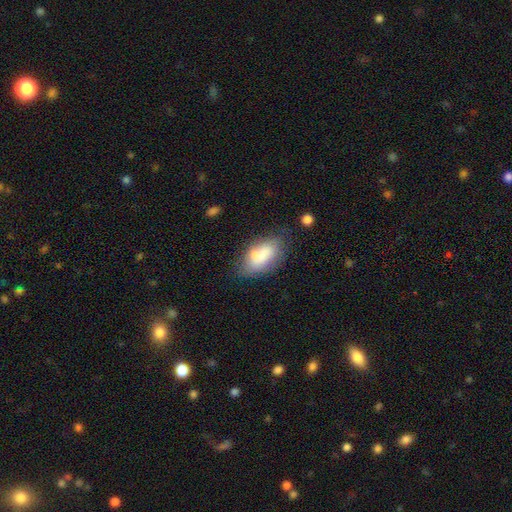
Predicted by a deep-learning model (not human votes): This appears to be a smooth galaxy with no disk features (72%) that is in between round and cigar-shaped (92%). Merging: none (50%).